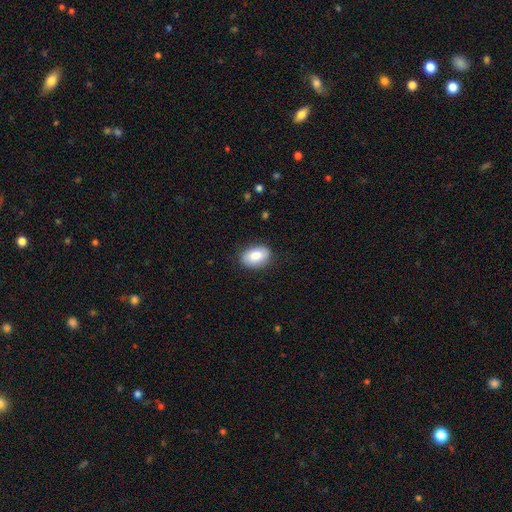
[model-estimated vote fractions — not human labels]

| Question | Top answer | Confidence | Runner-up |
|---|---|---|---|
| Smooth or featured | smooth | 85% | featured or disk (9%) |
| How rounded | in between | 88% | round (11%) |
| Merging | none | 85% | minor disturbance (11%) |